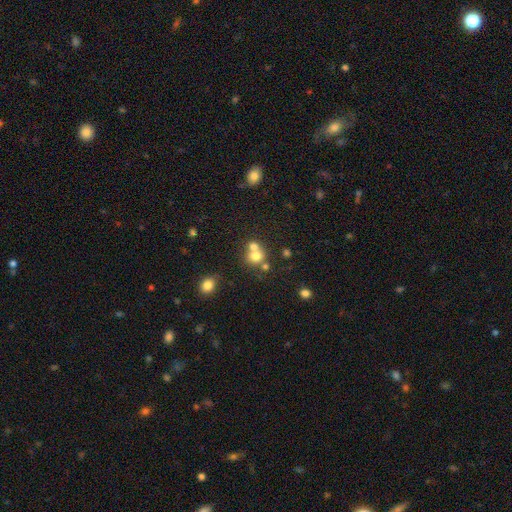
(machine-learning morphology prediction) type=smooth (72%); roundness=round (78%); merging=merger (52%).